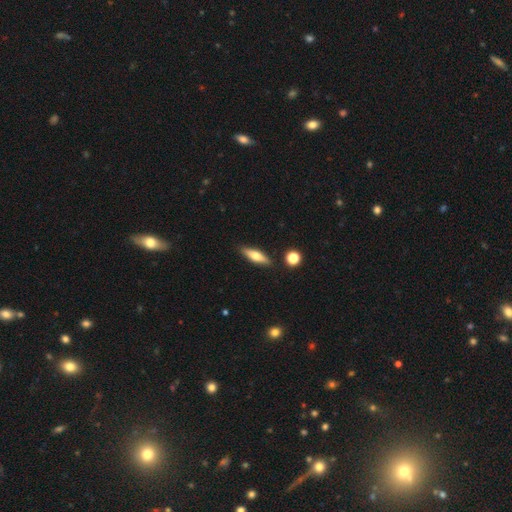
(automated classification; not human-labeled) A smooth galaxy with no disk features (60%) that is cigar-shaped (55%).

Vote fractions:
- Smooth or featured? smooth: 60% / featured or disk: 33% / star or artifact: 7%
- How rounded? cigar-shaped: 55% / in between: 42% / round: 3%
- Merging? none: 87% / minor disturbance: 9% / merger: 3% / major disturbance: 2%